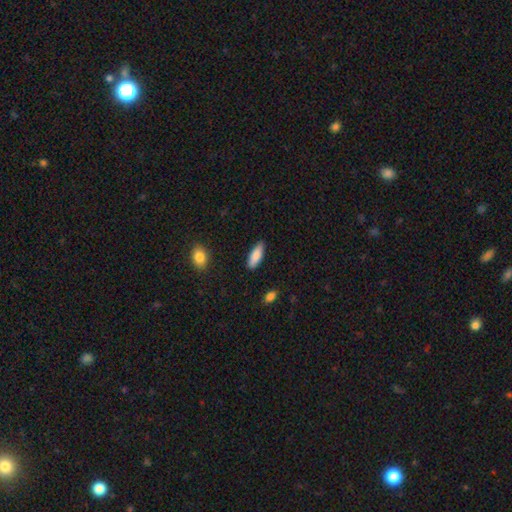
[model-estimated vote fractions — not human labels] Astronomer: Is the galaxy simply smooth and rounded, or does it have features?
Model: smooth — 86%.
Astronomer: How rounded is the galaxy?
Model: in between — 63%.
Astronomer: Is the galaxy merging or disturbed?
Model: none — 85%.